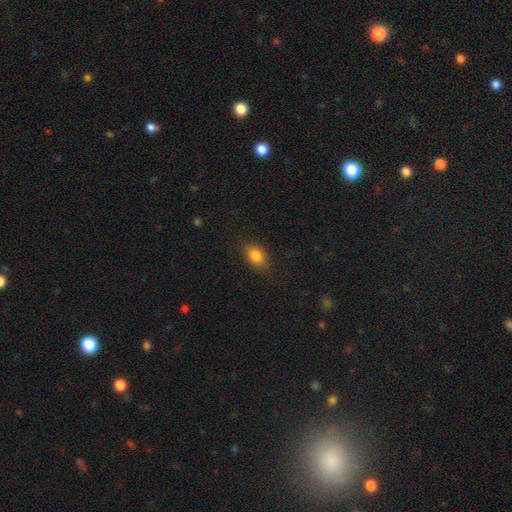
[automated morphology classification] Smooth or featured? smooth (83%)
How rounded? in between (79%)
Merging? none (84%)